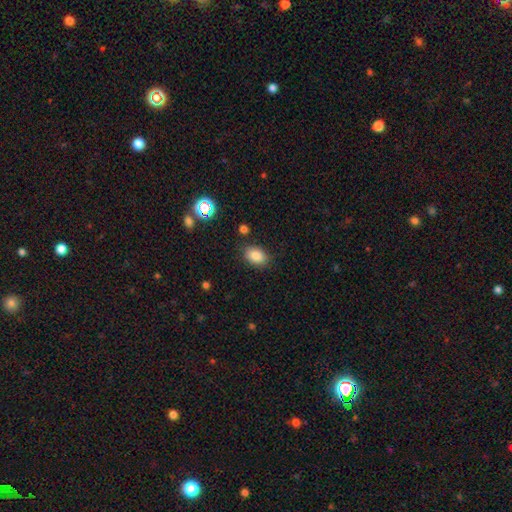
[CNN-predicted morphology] This is clearly a smooth galaxy (83%). How rounded: likely in between (79%). Merging: clearly none (82%).